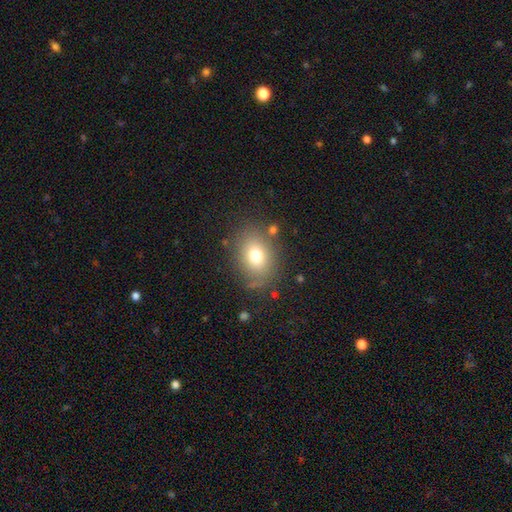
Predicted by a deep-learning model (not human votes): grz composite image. It shows a smooth galaxy with no disk features (74%) that is in between round and cigar-shaped (60%). Merging: none (77%).